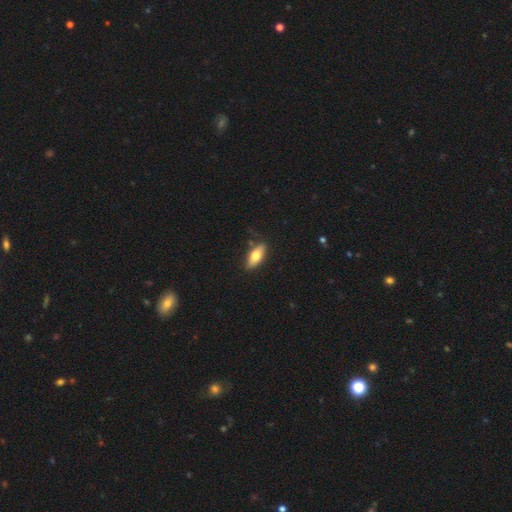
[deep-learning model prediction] Morphology: type=smooth (69%); roundness=in between (73%); merging=none (82%).